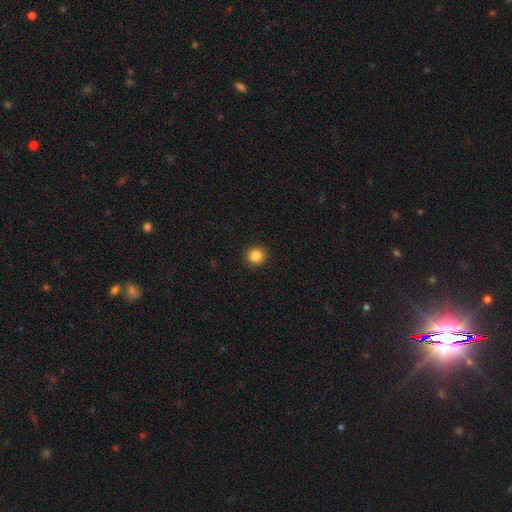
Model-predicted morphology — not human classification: type=smooth (85%); roundness=round (94%); merging=none (93%).